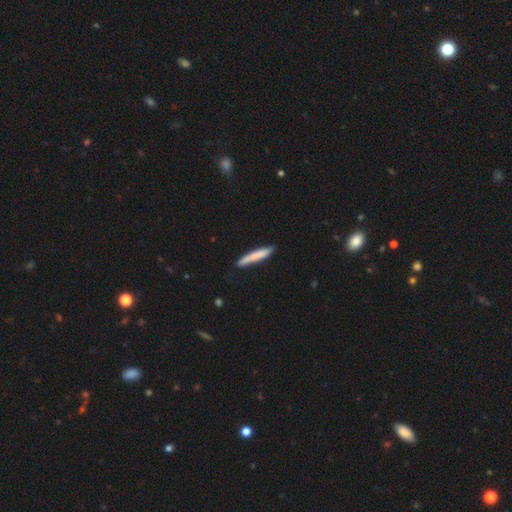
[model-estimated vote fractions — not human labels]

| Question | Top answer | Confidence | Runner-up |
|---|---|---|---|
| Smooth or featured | smooth | 76% | featured or disk (19%) |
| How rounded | cigar-shaped | 95% | in between (4%) |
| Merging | none | 82% | minor disturbance (14%) |